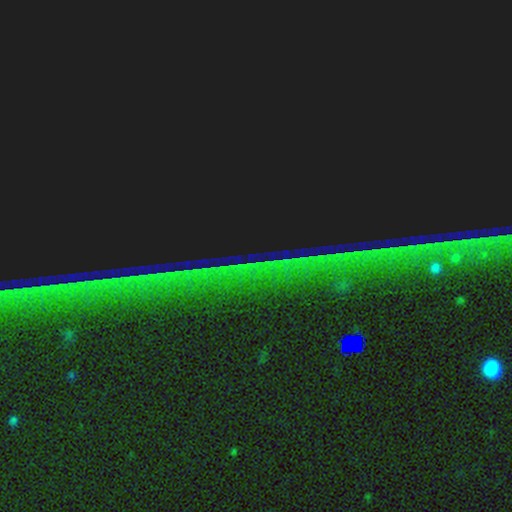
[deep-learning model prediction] star or artifact 87%, featured or disk 7%, smooth 6%.